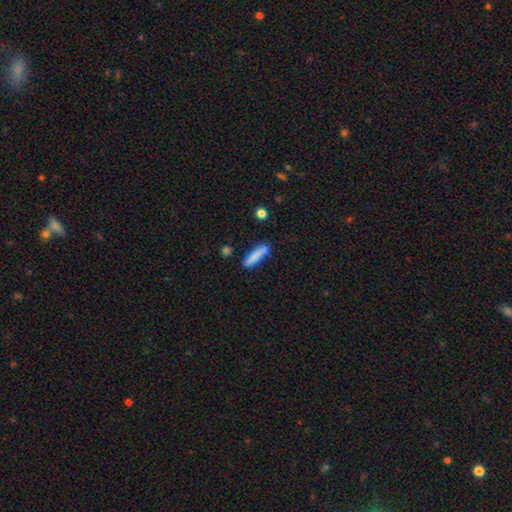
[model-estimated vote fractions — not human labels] Overall: smooth (80%). How rounded: cigar-shaped (87%). Merging: none (72%).